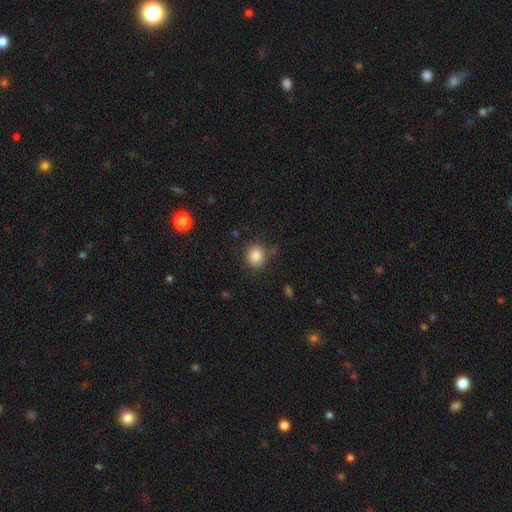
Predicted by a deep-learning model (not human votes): A smooth galaxy with no disk features (84%) that is round (82%).

Vote fractions:
- Smooth or featured? smooth: 84% / star or artifact: 10% / featured or disk: 6%
- How rounded? round: 82% / in between: 17% / cigar-shaped: 1%
- Merging? none: 83% / minor disturbance: 11% / major disturbance: 3% / merger: 3%